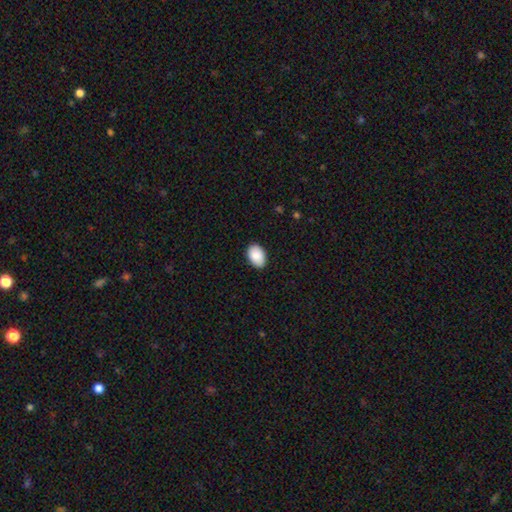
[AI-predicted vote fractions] smooth_or_featured: smooth (p=0.88) [alt: star or artifact p=0.06]
how_rounded: in between (p=0.88) [alt: round p=0.11]
merging: none (p=0.88) [alt: minor disturbance p=0.09]